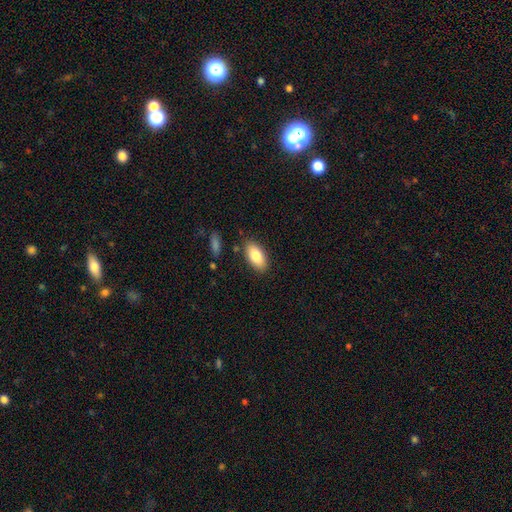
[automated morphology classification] Smooth or featured? Predicted: smooth (p=0.83). How rounded? Predicted: in between (p=0.92). Merging? Predicted: none (p=0.85).